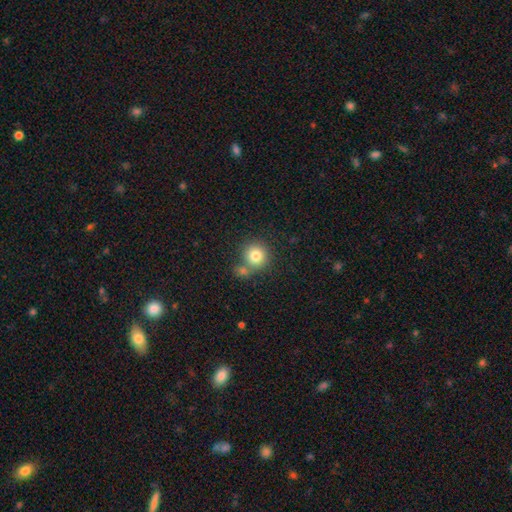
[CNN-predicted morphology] The model was most divided on "merging": none: 59%, merger: 28%, minor disturbance: 9%, major disturbance: 3%. More confident: how rounded — round (90%); smooth or featured — smooth (80%).